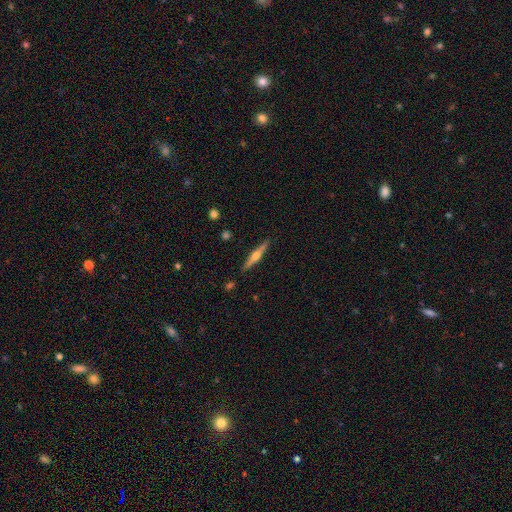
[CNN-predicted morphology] smooth-or-featured: featured or disk: 66% | smooth: 28% | star or artifact: 6%
  disk-edge-on: yes: 97% | no: 3%
    edge-on-bulge: rounded: 92% | none: 4% | boxy: 4%
  merging: none: 90% | minor disturbance: 7% | major disturbance: 2% | merger: 1%